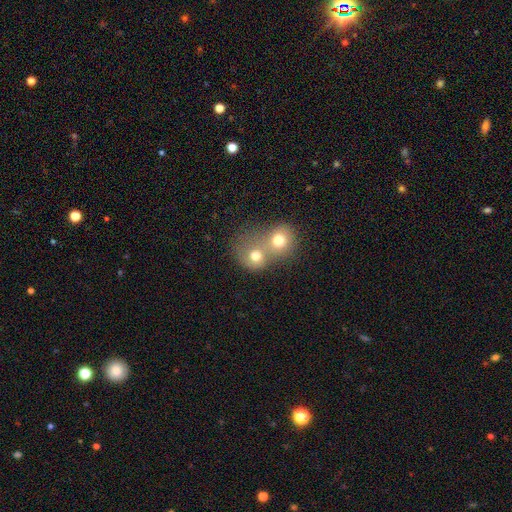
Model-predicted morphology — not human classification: type=smooth (71%); roundness=round (75%); merging=merger (67%).